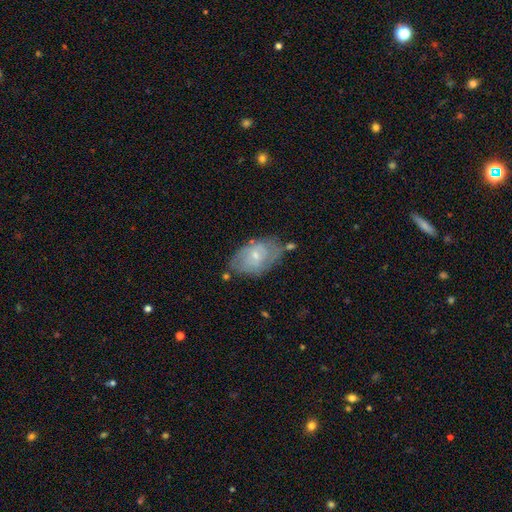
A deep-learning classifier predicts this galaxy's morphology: Overall: featured or disk (54%; smooth 39%). Edge-on disk: no (94%). Bar: no (63%; weak 31%). Spiral arms: yes (61%; no 39%). Bulge size: small (64%; moderate 32%). Merging: none (54%; minor disturbance 29%).